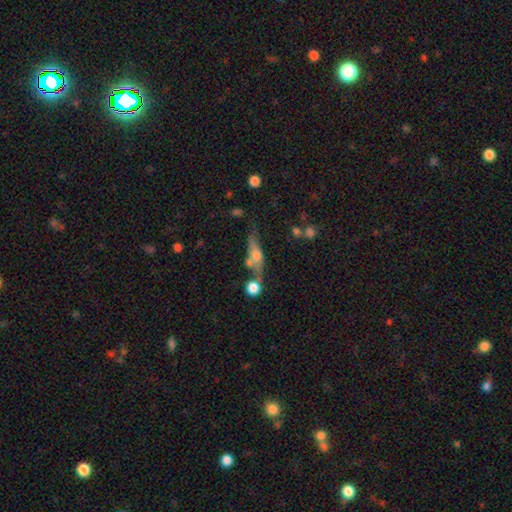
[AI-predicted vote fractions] Smooth or featured: featured or disk — 51% (smooth — 39%)
Edge-on disk: yes — 67% (no — 33%)
Merging: none — 52% (merger — 20%)